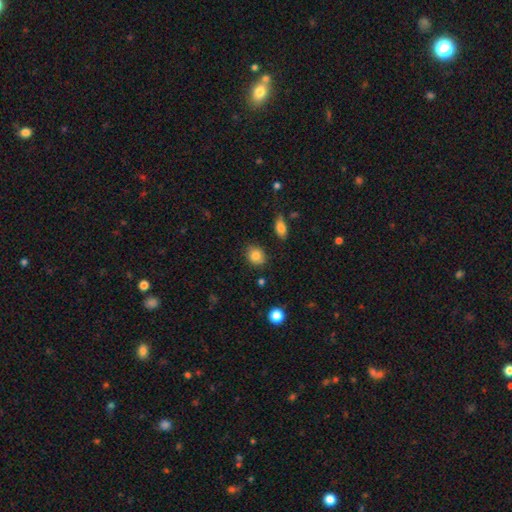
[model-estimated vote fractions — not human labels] This appears to be a smooth galaxy with no disk features (83%) that is round (58%). Merging: none (84%).